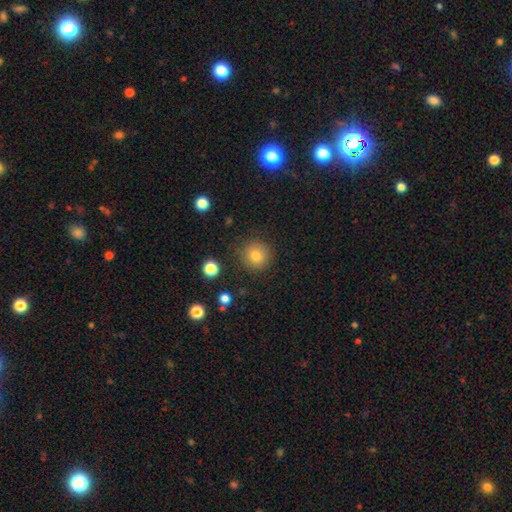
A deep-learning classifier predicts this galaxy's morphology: Smooth or featured? smooth (81%)
How rounded? round (92%)
Merging? none (86%)